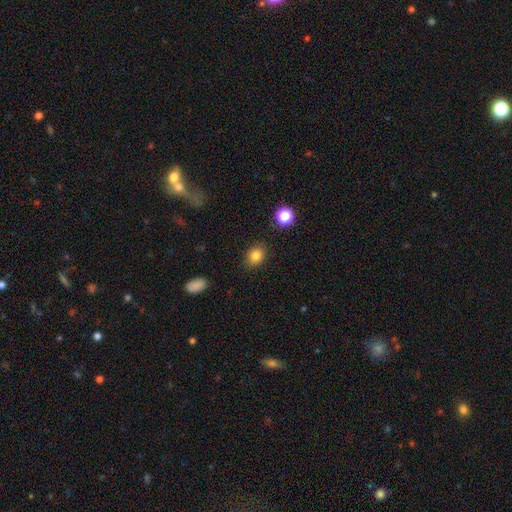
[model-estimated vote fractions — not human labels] A smooth galaxy with no disk features (83%) that is in between round and cigar-shaped (50%). Merging: none (87%).